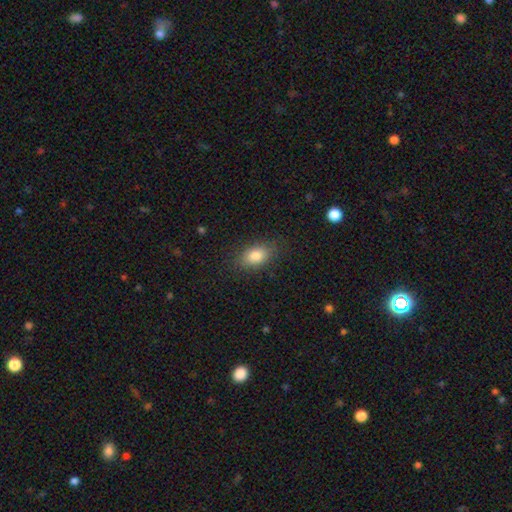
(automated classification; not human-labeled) The model was most divided on "how rounded": in between: 84%, round: 13%, cigar-shaped: 3%. More confident: merging — none (84%); smooth or featured — smooth (82%).